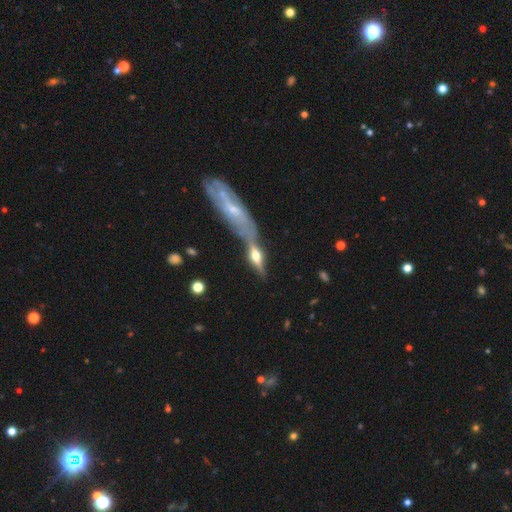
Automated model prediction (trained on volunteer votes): Smooth or featured?
  - featured or disk: 63% *
  - smooth: 30%
  - star or artifact: 8%
Edge-on disk?
  - yes: 87% *
  - no: 13%
Edge-on bulge?
  - rounded: 92% *
  - boxy: 5%
  - none: 3%
Merging?
  - none: 46% *
  - merger: 36%
  - minor disturbance: 12%
  - major disturbance: 6%